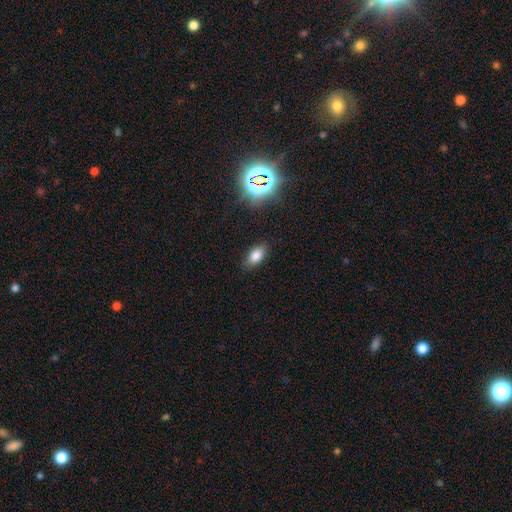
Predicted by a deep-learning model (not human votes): smooth 78%, star or artifact 13%, featured or disk 9%. Down the decision tree: how rounded — in between (88%); merging — none (84%).